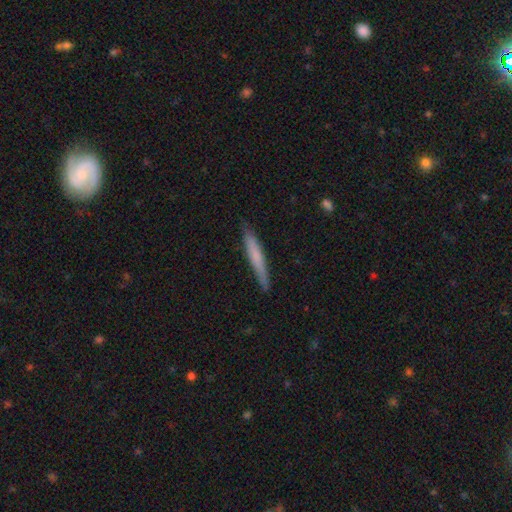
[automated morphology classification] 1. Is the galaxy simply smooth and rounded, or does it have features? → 64% smooth, 30% featured or disk, 6% star or artifact.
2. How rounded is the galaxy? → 95% cigar-shaped, 3% in between, 1% round.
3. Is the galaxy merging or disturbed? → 87% none, 10% minor disturbance, 2% major disturbance, 1% merger.